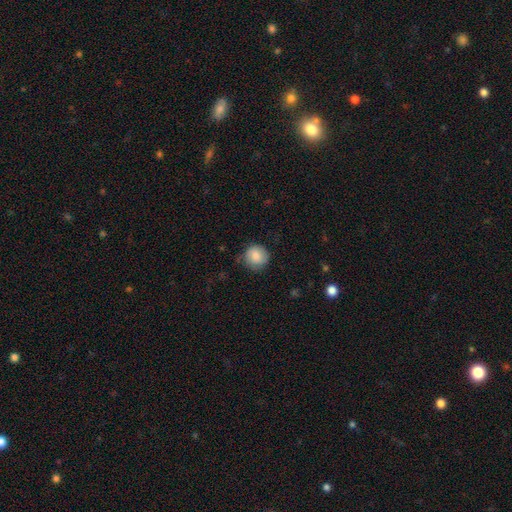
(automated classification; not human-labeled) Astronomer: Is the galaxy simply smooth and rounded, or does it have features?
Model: smooth — 82%.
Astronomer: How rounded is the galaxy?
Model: round — 91%.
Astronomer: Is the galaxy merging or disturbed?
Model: none — 74%.